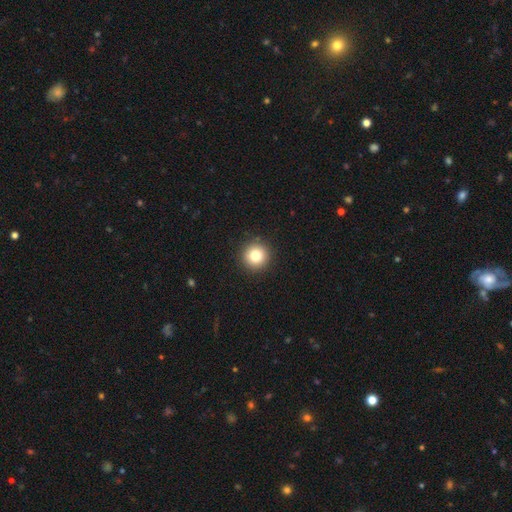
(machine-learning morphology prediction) smooth_or_featured: smooth (p=0.81) [alt: star or artifact p=0.11]
how_rounded: round (p=0.95) [alt: in between p=0.04]
merging: none (p=0.92) [alt: minor disturbance p=0.05]